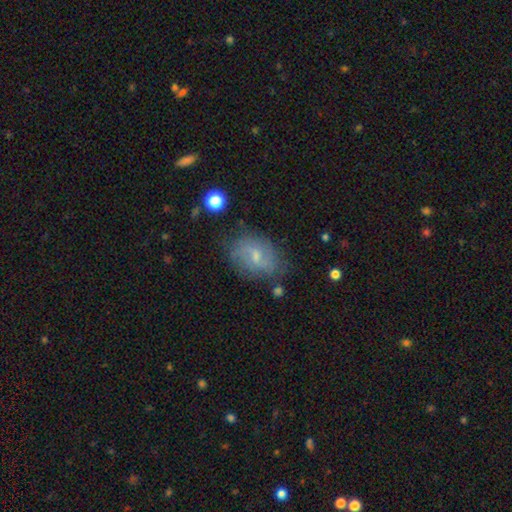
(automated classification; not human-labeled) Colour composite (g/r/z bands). It shows a featured or disk galaxy (54%) with a weak bar (51%), spiral arms (78%) and a small central bulge (61%). Merging: none (71%).